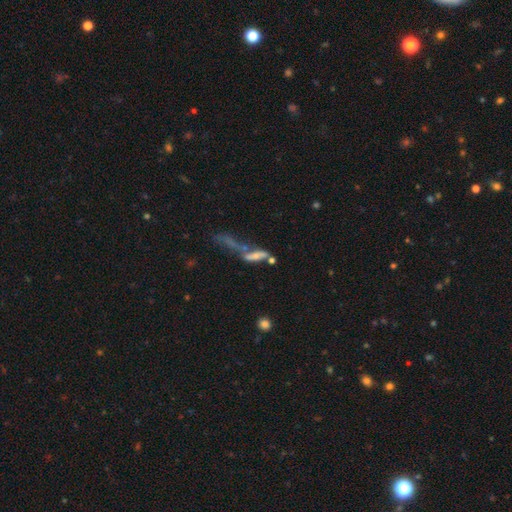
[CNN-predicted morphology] This is marginally a featured or disk galaxy (44%). Merging: possibly merger (49%).